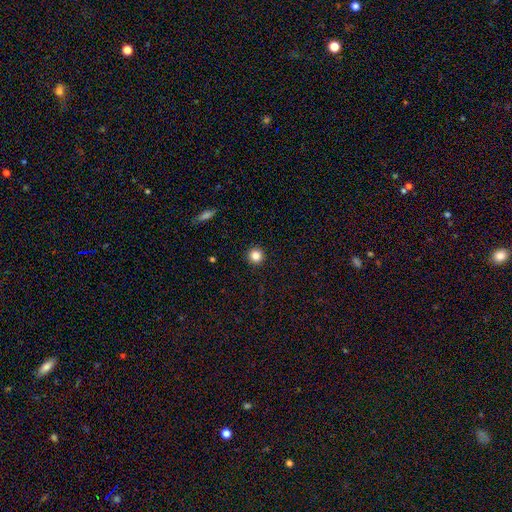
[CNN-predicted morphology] The model was most divided on "smooth or featured": smooth: 84%, star or artifact: 11%, featured or disk: 5%. More confident: how rounded — round (96%); merging — none (93%).